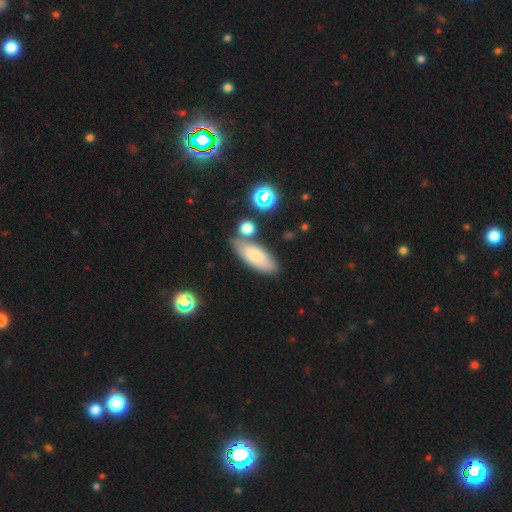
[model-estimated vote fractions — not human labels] Smooth or featured? Predicted: smooth (p=0.74). How rounded? Predicted: in between (p=0.76). Merging? Predicted: none (p=0.67).